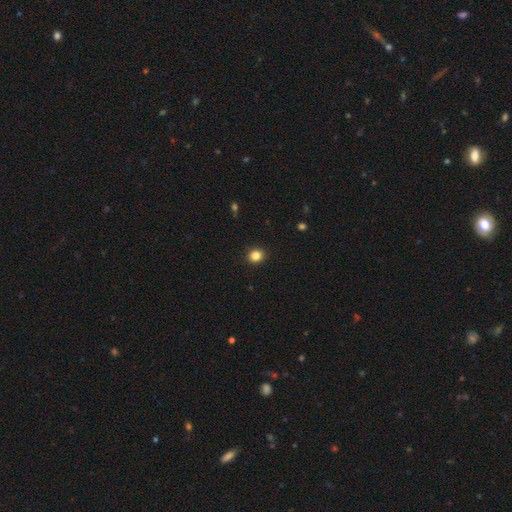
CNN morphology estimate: Smooth or featured? smooth (85%)
How rounded? round (81%)
Merging? none (92%)